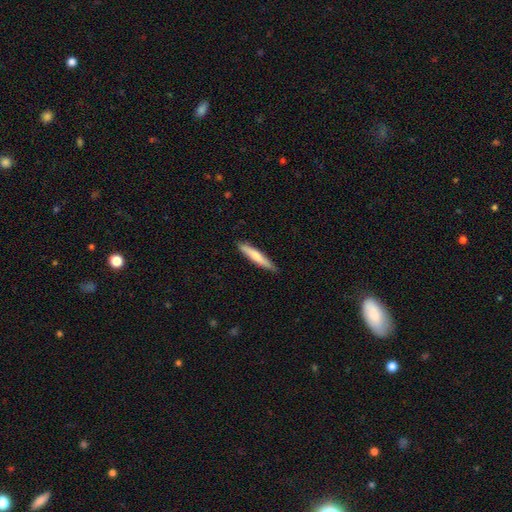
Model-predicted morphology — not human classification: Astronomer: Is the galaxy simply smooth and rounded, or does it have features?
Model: smooth — 70%.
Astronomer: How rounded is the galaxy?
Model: cigar-shaped — 92%.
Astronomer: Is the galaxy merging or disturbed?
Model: none — 87%.